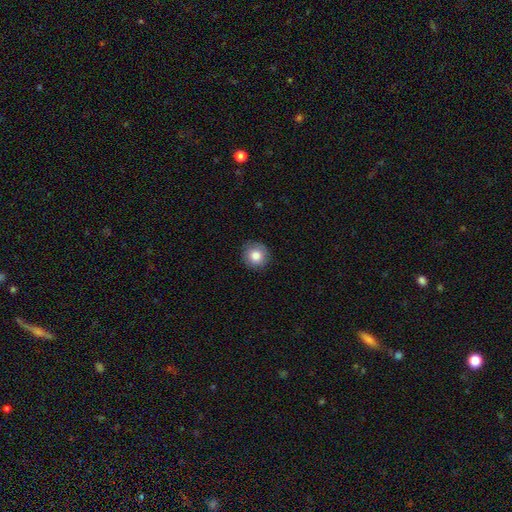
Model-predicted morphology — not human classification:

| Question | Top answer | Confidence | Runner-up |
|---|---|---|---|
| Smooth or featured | smooth | 82% | featured or disk (9%) |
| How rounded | round | 92% | in between (7%) |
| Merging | none | 88% | minor disturbance (9%) |